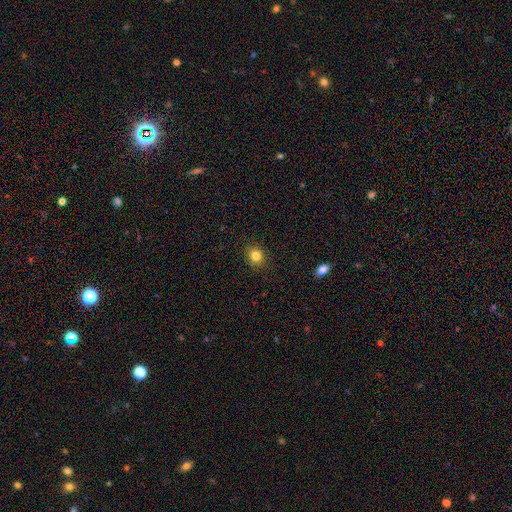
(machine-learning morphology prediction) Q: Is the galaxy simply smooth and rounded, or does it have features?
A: smooth — 82%.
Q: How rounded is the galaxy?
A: round — 80%.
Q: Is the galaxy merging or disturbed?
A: none — 89%.